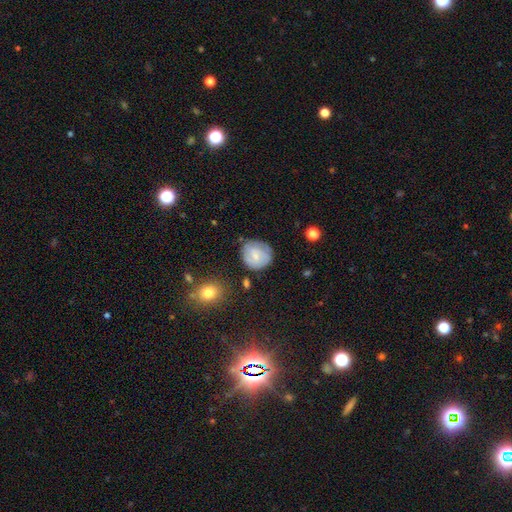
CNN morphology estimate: The model was most divided on "smooth or featured": smooth: 56%, featured or disk: 36%, star or artifact: 8%. More confident: how rounded — round (77%); merging — none (63%).